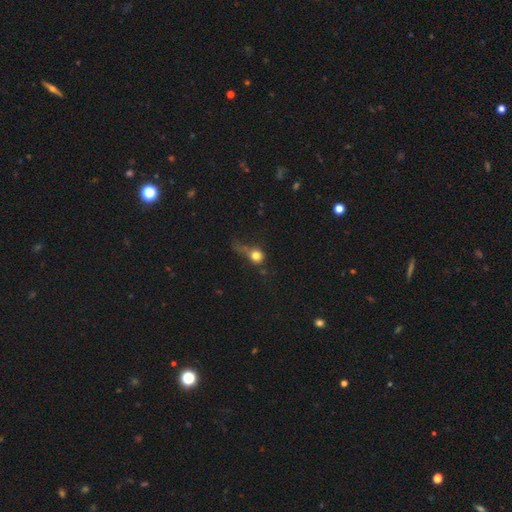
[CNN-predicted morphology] This appears to be a smooth galaxy with no disk features (74%) that is round (81%). Merging: major disturbance (38%).